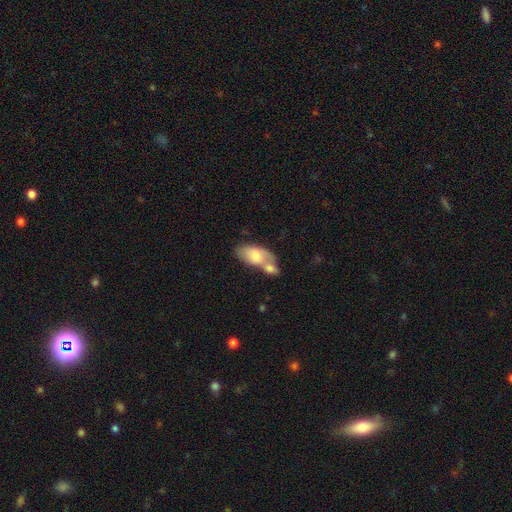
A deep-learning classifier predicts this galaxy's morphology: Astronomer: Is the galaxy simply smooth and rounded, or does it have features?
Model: smooth — 71%.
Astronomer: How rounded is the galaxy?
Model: in between — 91%.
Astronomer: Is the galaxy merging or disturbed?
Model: merger — 57%.